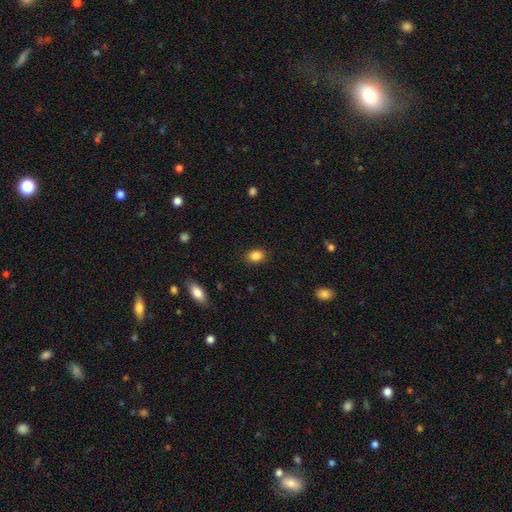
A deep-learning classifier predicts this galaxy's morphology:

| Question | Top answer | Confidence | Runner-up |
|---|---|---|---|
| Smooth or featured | smooth | 86% | star or artifact (9%) |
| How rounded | in between | 64% | round (34%) |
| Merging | none | 87% | minor disturbance (9%) |